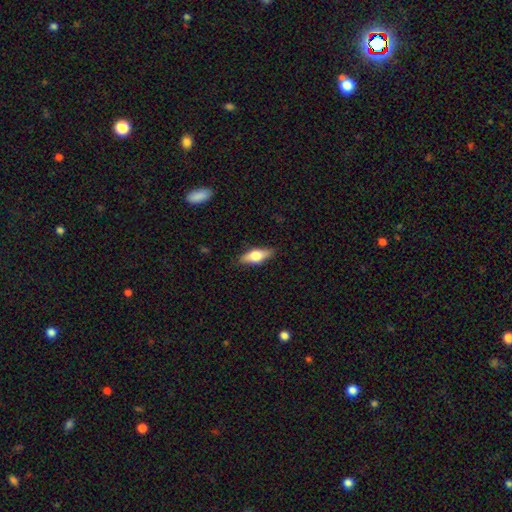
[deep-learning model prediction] The model was most divided on "smooth or featured": smooth: 60%, featured or disk: 34%, star or artifact: 7%. More confident: merging — none (86%); how rounded — in between (70%).